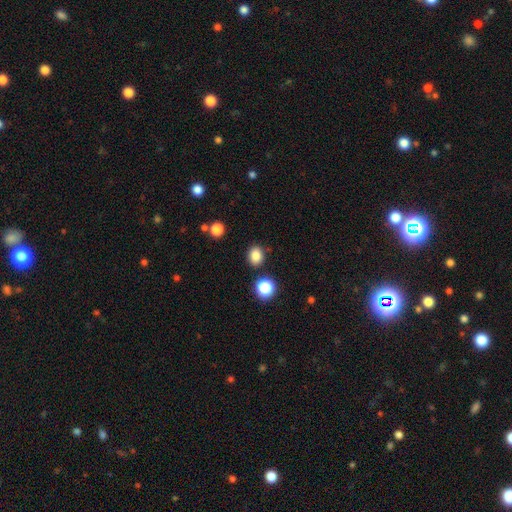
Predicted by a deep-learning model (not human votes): Smooth or featured? Predicted: smooth (p=0.84). How rounded? Predicted: round (p=0.58). Merging? Predicted: none (p=0.84).